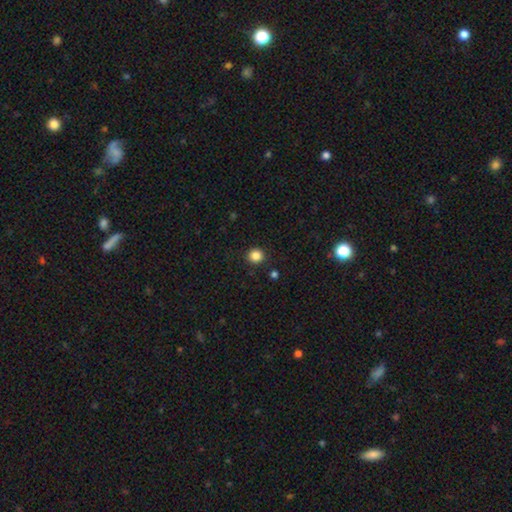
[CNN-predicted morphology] A smooth galaxy with no disk features (85%) that is round (93%).

Vote fractions:
- Smooth or featured? smooth: 85% / star or artifact: 12% / featured or disk: 3%
- How rounded? round: 93% / in between: 6% / cigar-shaped: 1%
- Merging? none: 91% / minor disturbance: 5% / major disturbance: 2% / merger: 1%